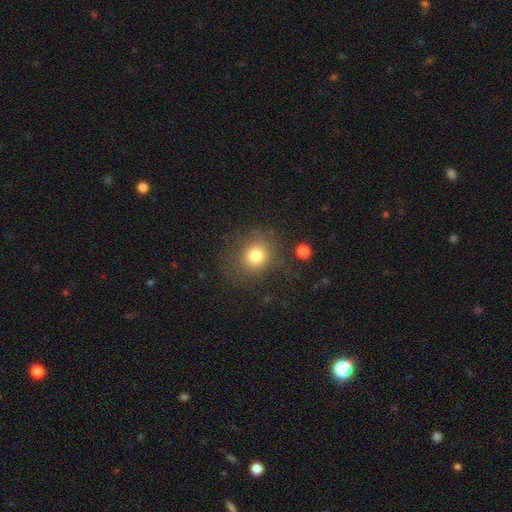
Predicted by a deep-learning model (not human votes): This is likely a smooth galaxy (79%). How rounded: likely round (77%). Merging: likely none (77%).